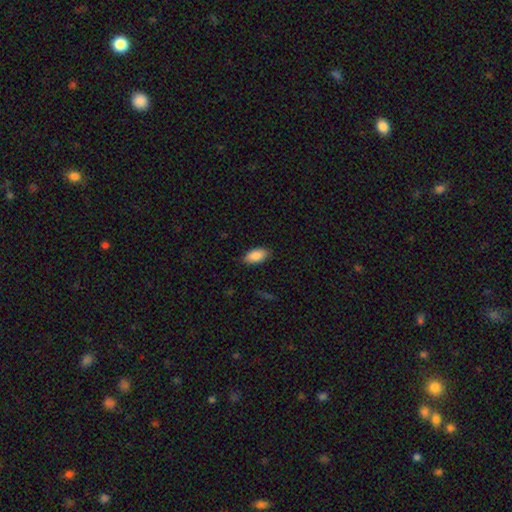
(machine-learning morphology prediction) This is clearly a smooth galaxy (87%). How rounded: clearly in between (92%). Merging: clearly none (84%).